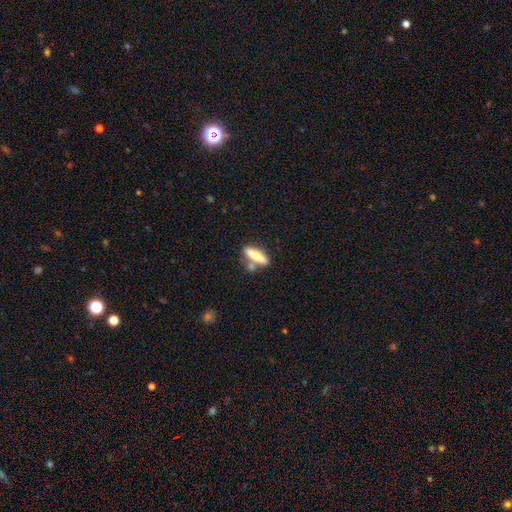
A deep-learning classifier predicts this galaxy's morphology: smooth 75%, featured or disk 19%, star or artifact 6%. Down the decision tree: how rounded — cigar-shaped (70%); merging — none (66%).